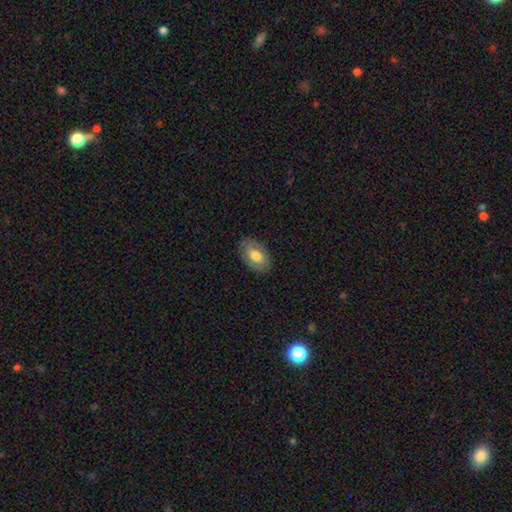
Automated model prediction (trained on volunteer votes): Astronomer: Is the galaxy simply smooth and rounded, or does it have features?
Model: smooth — 65%.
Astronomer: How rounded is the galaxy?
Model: in between — 92%.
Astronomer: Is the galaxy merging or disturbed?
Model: none — 84%.